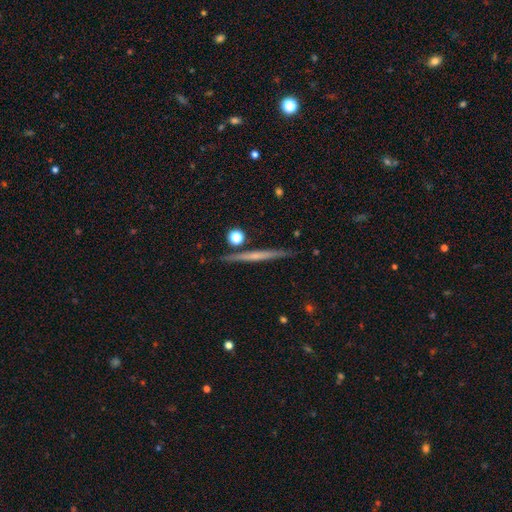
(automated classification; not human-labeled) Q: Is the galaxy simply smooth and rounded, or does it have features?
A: featured or disk — 63%.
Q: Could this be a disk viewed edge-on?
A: yes — 98%.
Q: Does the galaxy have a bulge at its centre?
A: none — 66%.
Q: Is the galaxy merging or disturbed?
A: none — 90%.